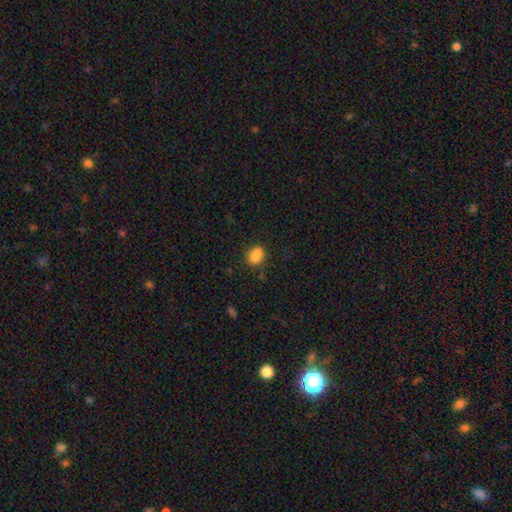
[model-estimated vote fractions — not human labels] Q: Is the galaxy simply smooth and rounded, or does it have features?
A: smooth — 83%.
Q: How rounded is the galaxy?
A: in between — 54%.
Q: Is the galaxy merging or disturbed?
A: none — 66%.